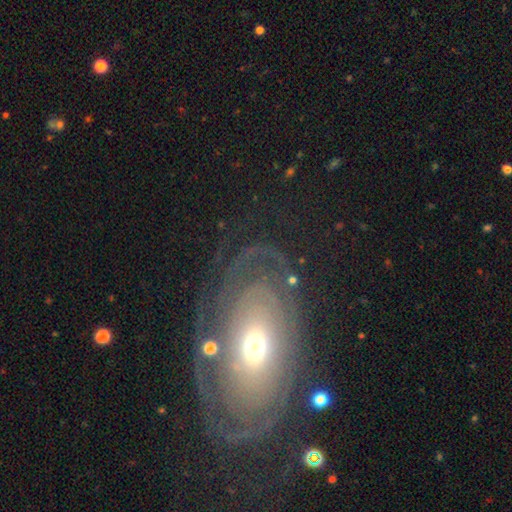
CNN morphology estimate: Smooth or featured? Predicted: featured or disk (p=0.76). Edge-on disk? Predicted: no (p=0.94). Bar? Predicted: no (p=0.77). Spiral arms? Predicted: yes (p=0.81). Spiral winding? Predicted: tight (p=0.73). Spiral arm count? Predicted: can't tell (p=0.45). Bulge size? Predicted: moderate (p=0.63). Merging? Predicted: none (p=0.70).